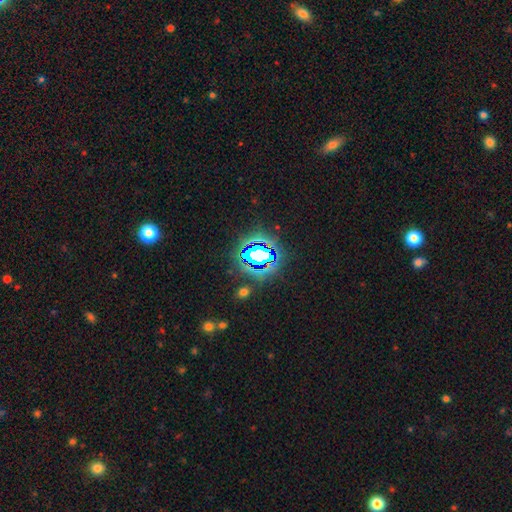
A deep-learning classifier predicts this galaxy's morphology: Overall: star or artifact (79%).